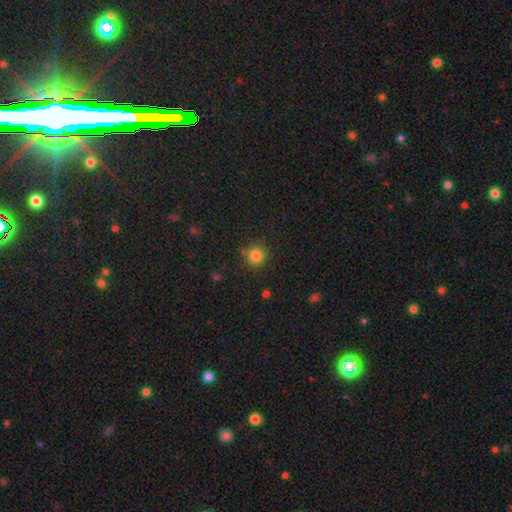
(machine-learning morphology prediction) smooth_or_featured: smooth (p=0.82) [alt: star or artifact p=0.12]
how_rounded: round (p=0.94) [alt: in between p=0.05]
merging: none (p=0.86) [alt: minor disturbance p=0.08]